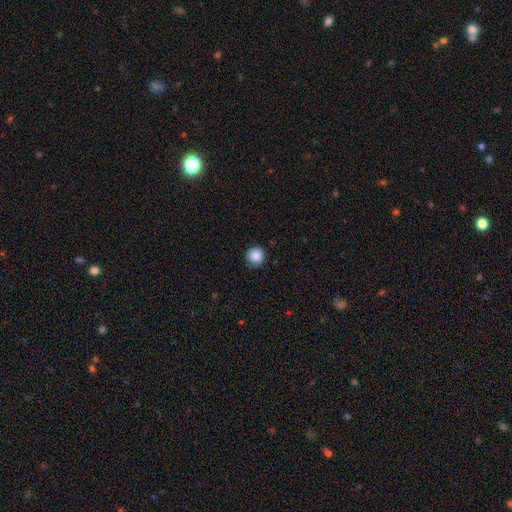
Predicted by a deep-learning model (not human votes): The model was most divided on "merging": none: 84%, minor disturbance: 13%, major disturbance: 3%, merger: 1%. More confident: how rounded — round (95%); smooth or featured — smooth (87%).